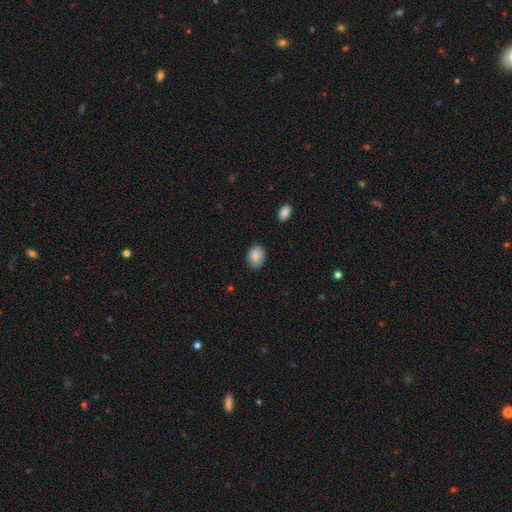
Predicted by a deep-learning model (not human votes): A smooth galaxy with no disk features (85%) that is in between round and cigar-shaped (69%). Merging: none (81%).